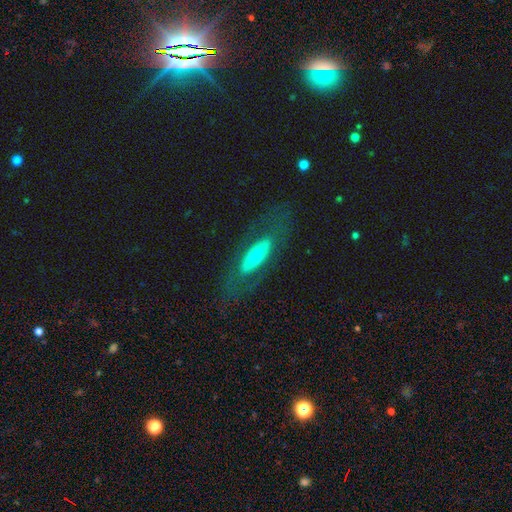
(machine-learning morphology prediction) A featured or disk galaxy (55%). Merging: none (73%).